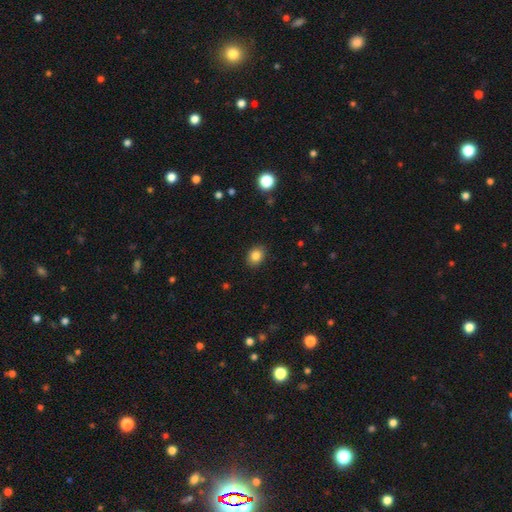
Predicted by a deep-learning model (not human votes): Morphology: type=smooth (84%); roundness=in between (54%); merging=none (88%).